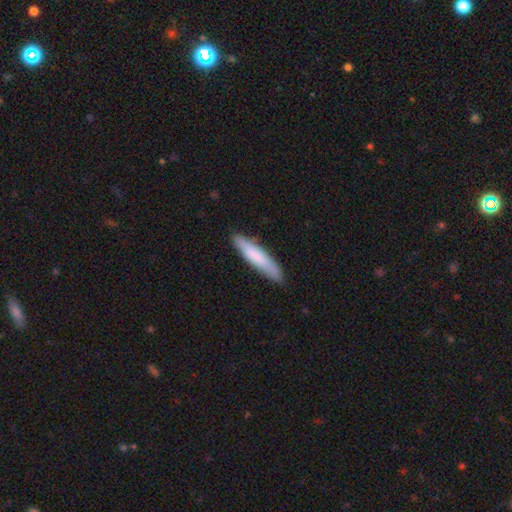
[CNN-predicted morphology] This is likely a smooth galaxy (75%). How rounded: clearly cigar-shaped (87%). Merging: clearly none (87%).